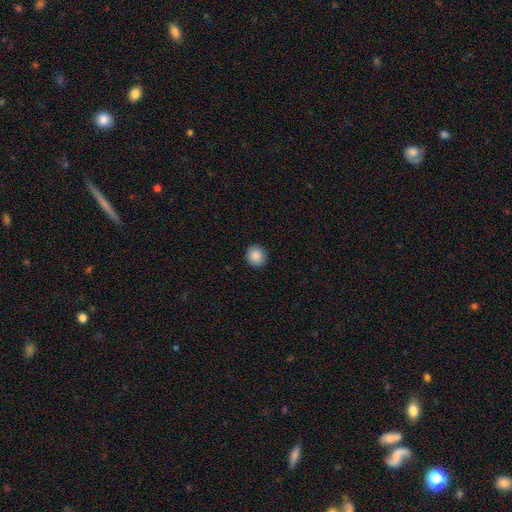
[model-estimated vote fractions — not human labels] Smooth or featured?
  - smooth: 87% *
  - star or artifact: 9%
  - featured or disk: 4%
How rounded?
  - round: 90% *
  - in between: 9%
  - cigar-shaped: 1%
Merging?
  - none: 91% *
  - minor disturbance: 6%
  - major disturbance: 2%
  - merger: 1%